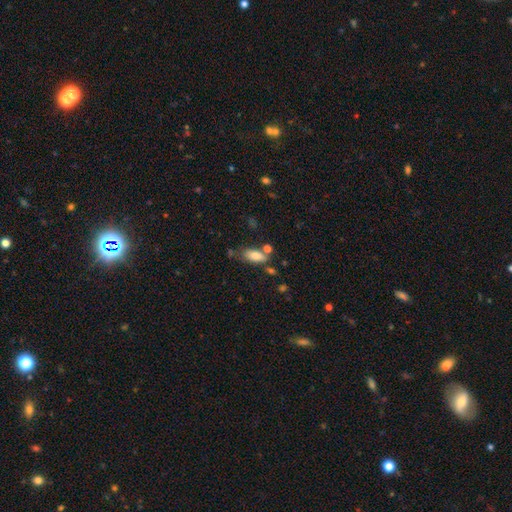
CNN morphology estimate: The model was most divided on "merging": none: 58%, minor disturbance: 20%, merger: 15%, major disturbance: 7%. More confident: how rounded — in between (83%); smooth or featured — smooth (81%).